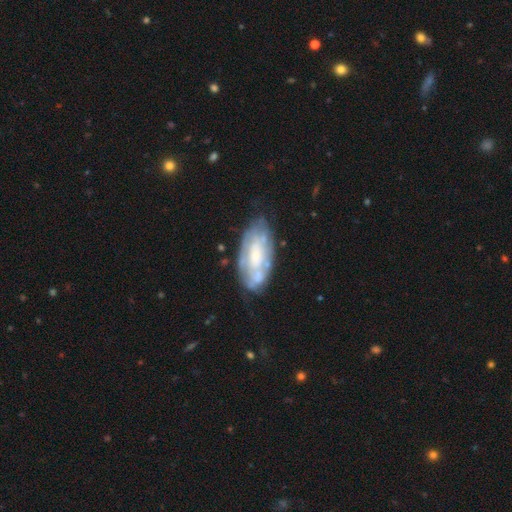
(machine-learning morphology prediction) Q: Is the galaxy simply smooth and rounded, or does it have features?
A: featured or disk — 64%.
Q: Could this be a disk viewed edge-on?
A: no — 91%.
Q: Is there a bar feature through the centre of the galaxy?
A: no — 68%.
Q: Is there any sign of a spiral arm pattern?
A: yes — 56%.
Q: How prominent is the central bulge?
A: small — 39%.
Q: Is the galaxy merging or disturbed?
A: none — 64%.